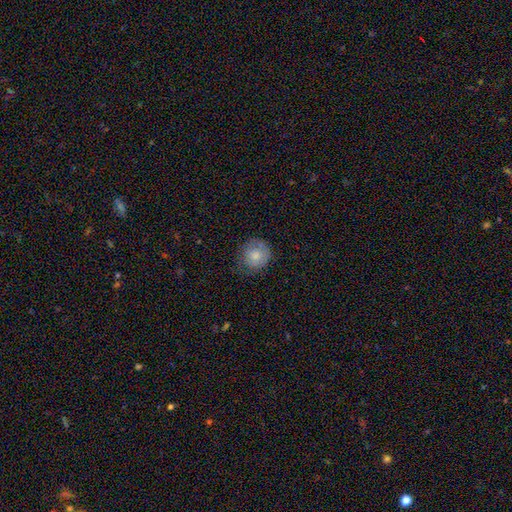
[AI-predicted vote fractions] Smooth or featured? Predicted: smooth (p=0.73). How rounded? Predicted: round (p=0.83). Merging? Predicted: none (p=0.62).